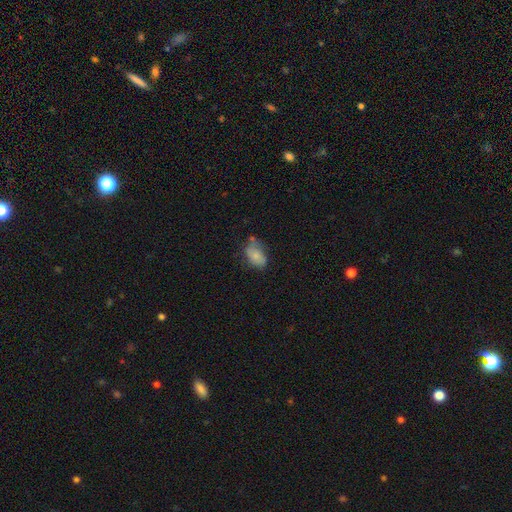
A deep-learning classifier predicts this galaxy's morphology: type=smooth (78%); roundness=in between (90%); merging=none (55%).